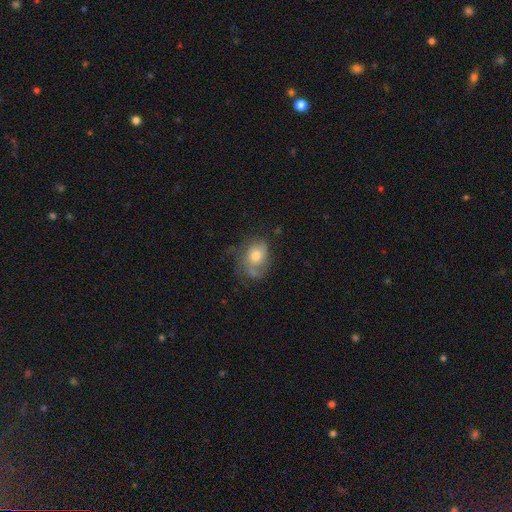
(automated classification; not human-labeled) The model was most divided on "how rounded": in between: 58%, round: 41%, cigar-shaped: 1%. Remaining: smooth or featured — smooth (55%); merging — none (46%).